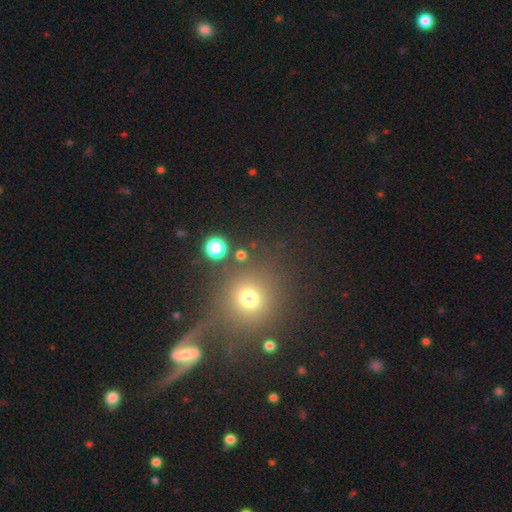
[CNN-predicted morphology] Smooth or featured? Predicted: smooth (p=0.49). Merging? Predicted: none (p=0.70).